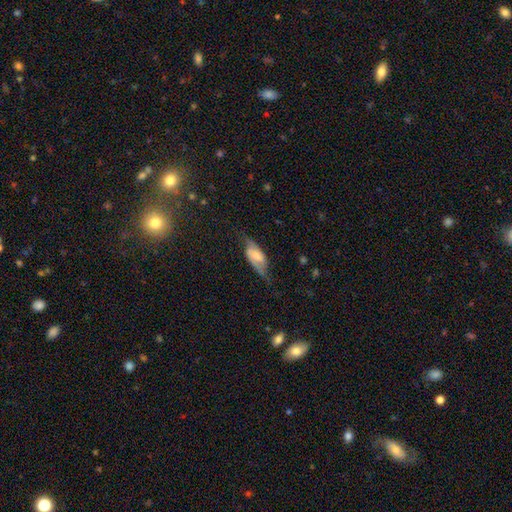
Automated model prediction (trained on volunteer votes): Smooth or featured? featured or disk (57%)
Edge-on disk? no (83%)
Merging? none (55%)